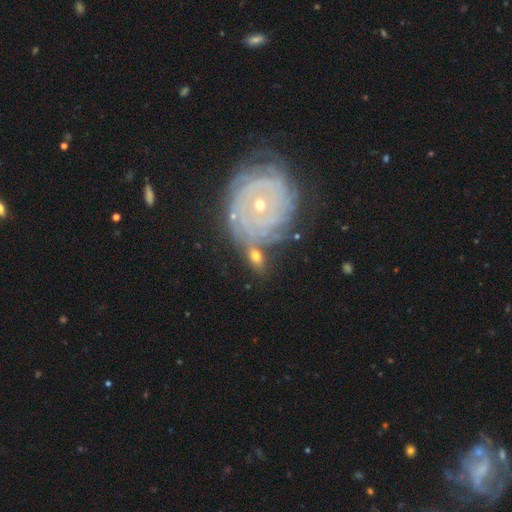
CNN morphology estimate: Smooth or featured? Predicted: featured or disk (p=0.50). Edge-on disk? Predicted: no (p=0.91). Merging? Predicted: none (p=0.60).